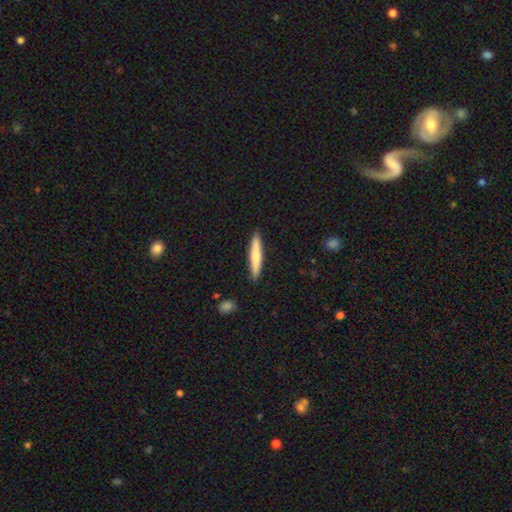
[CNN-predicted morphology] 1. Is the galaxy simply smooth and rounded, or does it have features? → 72% smooth, 23% featured or disk, 5% star or artifact.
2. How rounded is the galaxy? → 91% cigar-shaped, 8% in between, 1% round.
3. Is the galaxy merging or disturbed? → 89% none, 8% minor disturbance, 2% major disturbance, 1% merger.